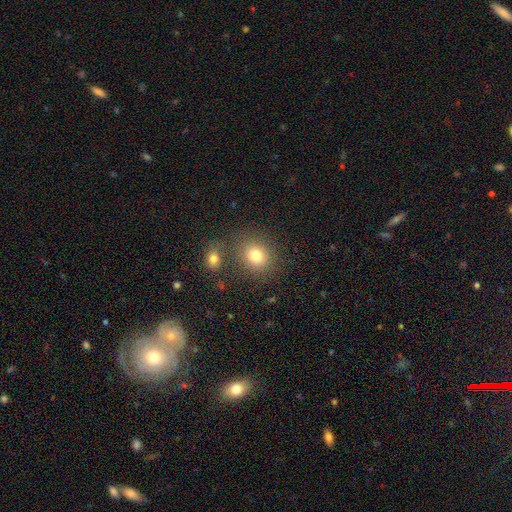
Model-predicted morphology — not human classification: A smooth galaxy with no disk features (78%) that is round (70%).

Vote fractions:
- Smooth or featured? smooth: 78% / star or artifact: 13% / featured or disk: 9%
- How rounded? round: 70% / in between: 29% / cigar-shaped: 1%
- Merging? none: 73% / merger: 12% / minor disturbance: 10% / major disturbance: 4%